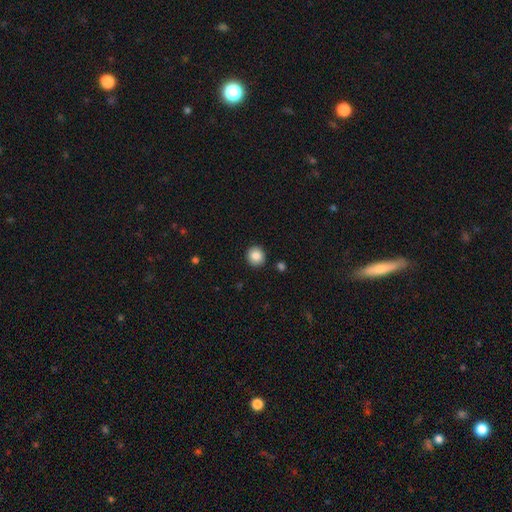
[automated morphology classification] smooth-or-featured: smooth: 86% | star or artifact: 9% | featured or disk: 5%
  how-rounded: round: 88% | in between: 11% | cigar-shaped: 1%
  merging: none: 91% | minor disturbance: 6% | major disturbance: 2% | merger: 2%